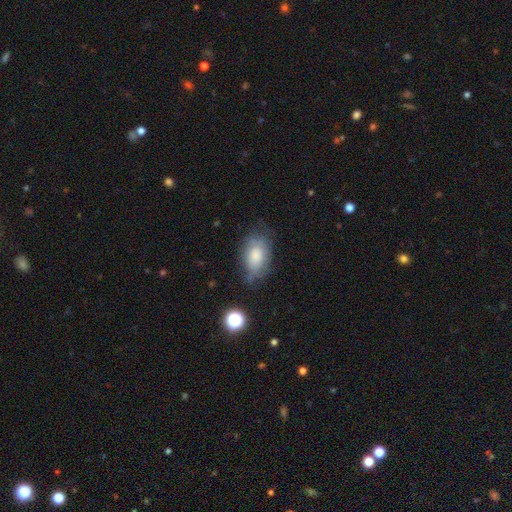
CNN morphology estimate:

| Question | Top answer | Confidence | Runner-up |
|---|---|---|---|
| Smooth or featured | smooth | 72% | featured or disk (19%) |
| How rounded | in between | 88% | round (11%) |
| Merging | none | 51% | minor disturbance (31%) |